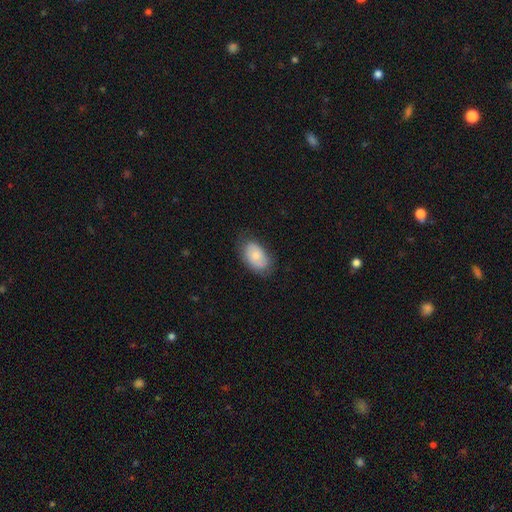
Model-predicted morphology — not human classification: Smooth or featured?
  - smooth: 68% *
  - featured or disk: 25%
  - star or artifact: 7%
How rounded?
  - in between: 91% *
  - round: 8%
  - cigar-shaped: 1%
Merging?
  - none: 71% *
  - minor disturbance: 22%
  - major disturbance: 6%
  - merger: 1%